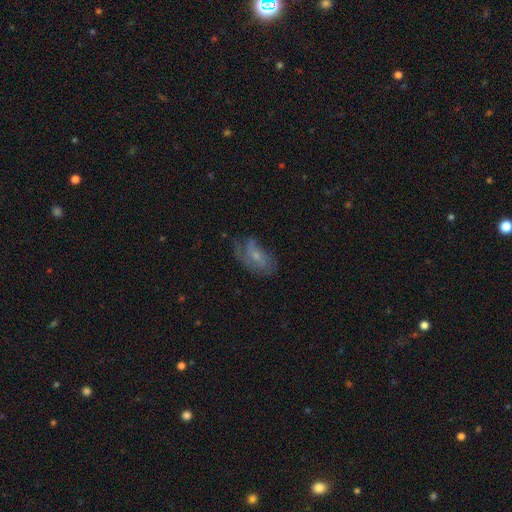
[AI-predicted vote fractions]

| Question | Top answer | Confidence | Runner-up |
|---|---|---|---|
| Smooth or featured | featured or disk | 51% | smooth (39%) |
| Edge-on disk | no | 94% | yes (6%) |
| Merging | none | 42% | minor disturbance (28%) |